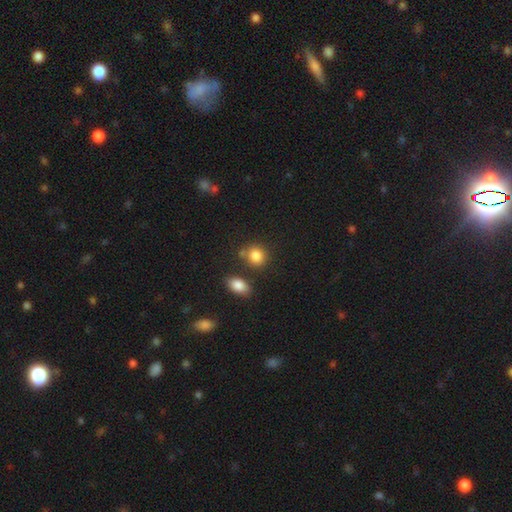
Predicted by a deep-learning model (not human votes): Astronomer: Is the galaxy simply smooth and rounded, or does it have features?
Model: smooth — 85%.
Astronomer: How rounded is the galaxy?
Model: round — 71%.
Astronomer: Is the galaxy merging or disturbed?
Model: none — 68%.